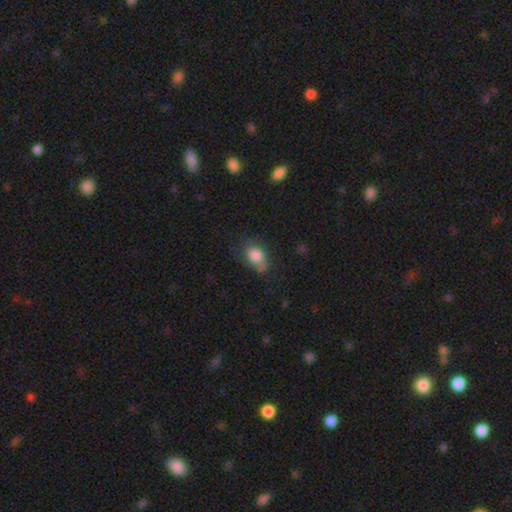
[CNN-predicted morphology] A smooth galaxy with no disk features (77%) that is in between round and cigar-shaped (73%).

Vote fractions:
- Smooth or featured? smooth: 77% / featured or disk: 14% / star or artifact: 9%
- How rounded? in between: 73% / round: 25% / cigar-shaped: 2%
- Merging? none: 52% / minor disturbance: 31% / major disturbance: 14% / merger: 3%